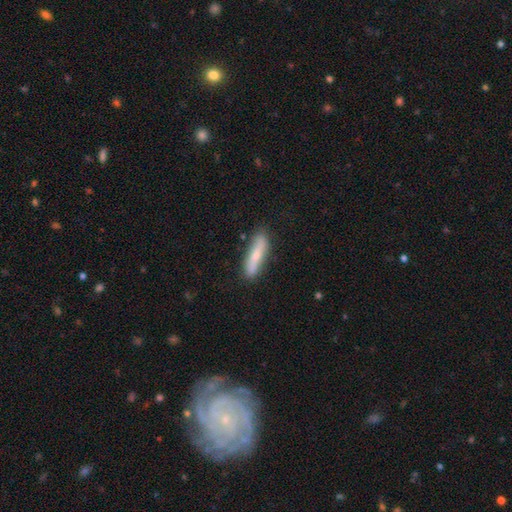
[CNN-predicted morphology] type=smooth (60%); roundness=cigar-shaped (80%); merging=none (84%).